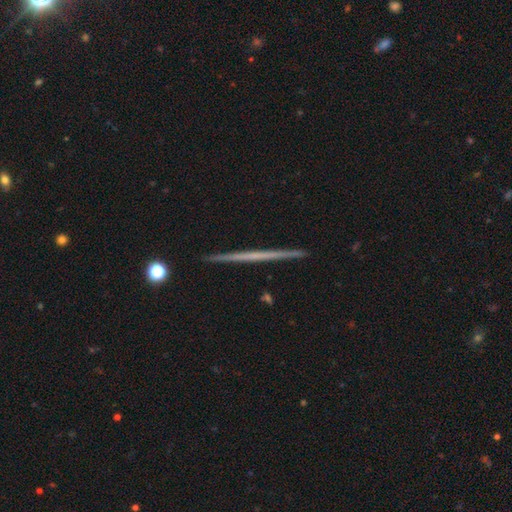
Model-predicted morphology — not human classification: A featured or disk galaxy (66%) viewed edge-on (98%) with no central bulge (91%).

Vote fractions:
- Smooth or featured? featured or disk: 66% / smooth: 29% / star or artifact: 6%
- Edge-on disk? yes: 98% / no: 2%
- Edge-on bulge? none: 91% / rounded: 6% / boxy: 3%
- Merging? none: 93% / minor disturbance: 5% / merger: 1% / major disturbance: 1%